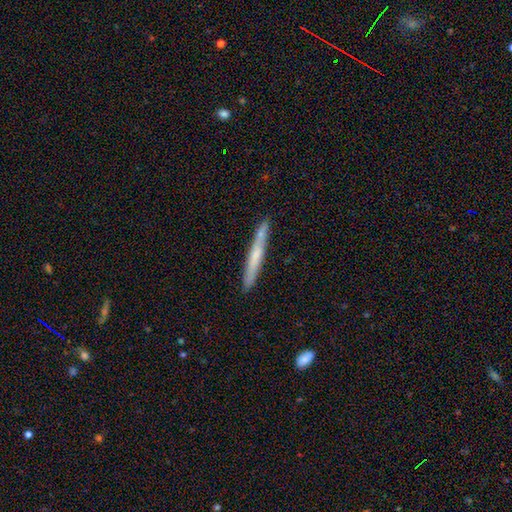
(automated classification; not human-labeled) Overall: smooth (51%; featured or disk 43%). How rounded: cigar-shaped (96%). Merging: none (86%).